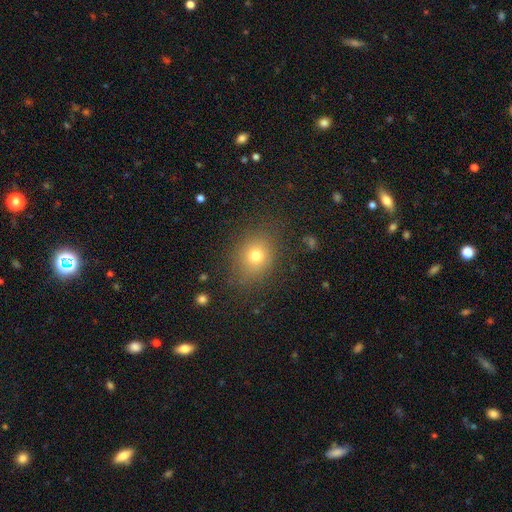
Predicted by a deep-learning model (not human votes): smooth_or_featured: smooth (p=0.74) [alt: star or artifact p=0.15]
how_rounded: round (p=0.52) [alt: in between p=0.47]
merging: none (p=0.81) [alt: minor disturbance p=0.13]